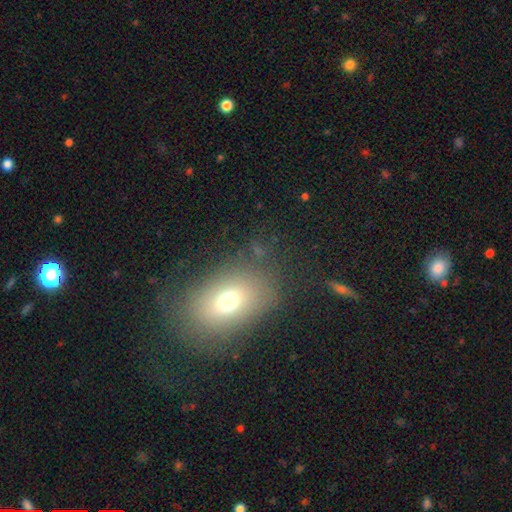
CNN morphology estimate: Smooth or featured? Predicted: smooth (p=0.67). How rounded? Predicted: in between (p=0.75). Merging? Predicted: none (p=0.74).